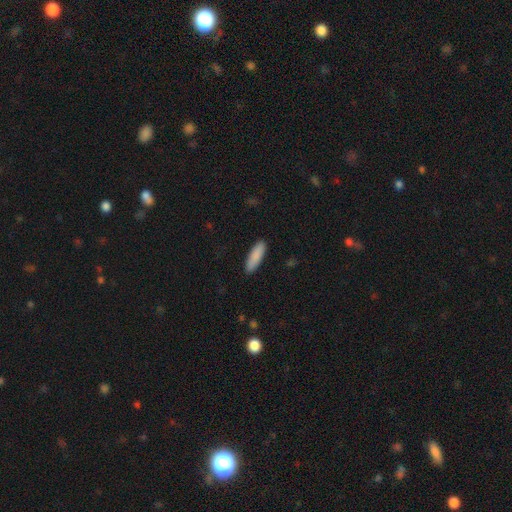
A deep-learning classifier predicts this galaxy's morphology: A smooth galaxy with no disk features (89%) that is cigar-shaped (59%). Merging: none (90%).